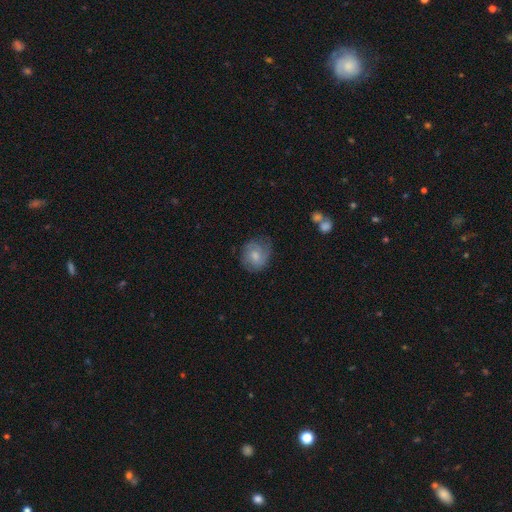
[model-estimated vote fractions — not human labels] A smooth galaxy with no disk features (54%) that is round (70%). Merging: none (69%).